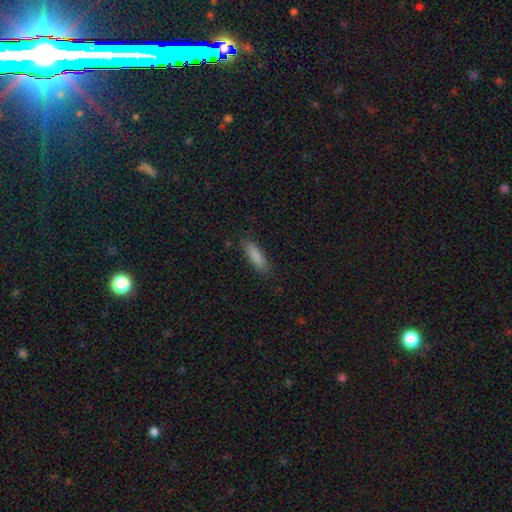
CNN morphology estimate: smooth_or_featured: smooth (p=0.87) [alt: featured or disk p=0.07]
how_rounded: cigar-shaped (p=0.60) [alt: in between p=0.38]
merging: none (p=0.84) [alt: minor disturbance p=0.12]